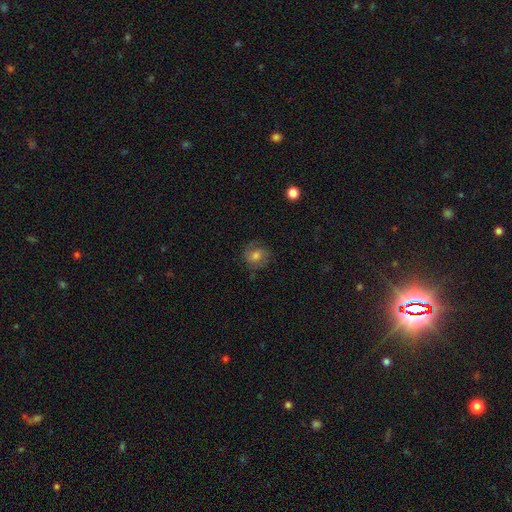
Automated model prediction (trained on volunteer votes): Smooth or featured? Predicted: smooth (p=0.62). How rounded? Predicted: round (p=0.77). Merging? Predicted: none (p=0.71).